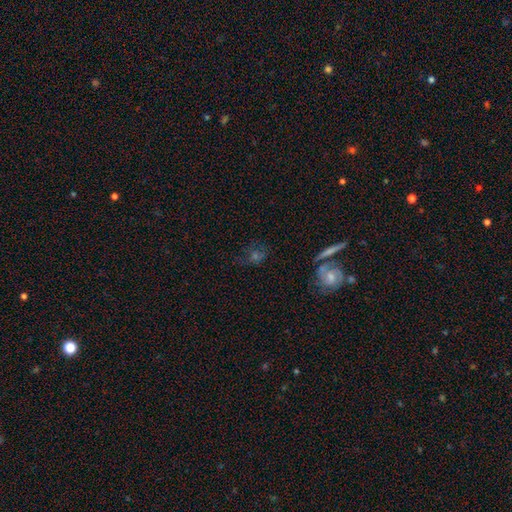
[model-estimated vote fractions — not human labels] Smooth or featured: featured or disk — 43% (smooth — 32%)
Merging: none — 63% (minor disturbance — 16%)